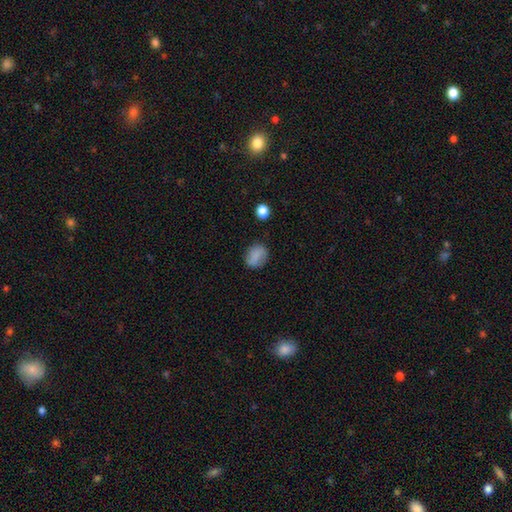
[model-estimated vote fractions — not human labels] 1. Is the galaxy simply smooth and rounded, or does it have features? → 80% smooth, 10% featured or disk, 9% star or artifact.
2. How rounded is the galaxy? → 50% round, 48% in between, 1% cigar-shaped.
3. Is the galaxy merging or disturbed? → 78% none, 16% minor disturbance, 4% major disturbance, 2% merger.